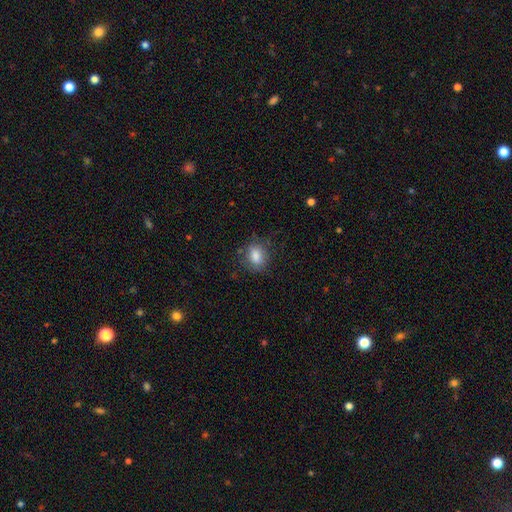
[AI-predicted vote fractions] This is clearly a smooth galaxy (84%). How rounded: possibly in between (58%). Merging: likely none (75%).